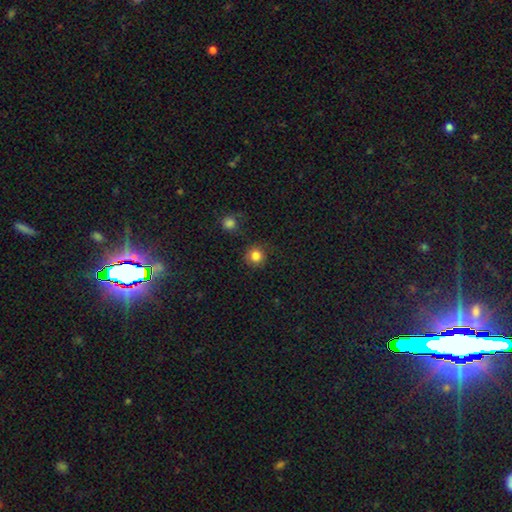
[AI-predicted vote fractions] Smooth or featured: smooth — 84% (star or artifact — 11%)
How rounded: round — 93% (in between — 6%)
Merging: none — 83% (minor disturbance — 10%)